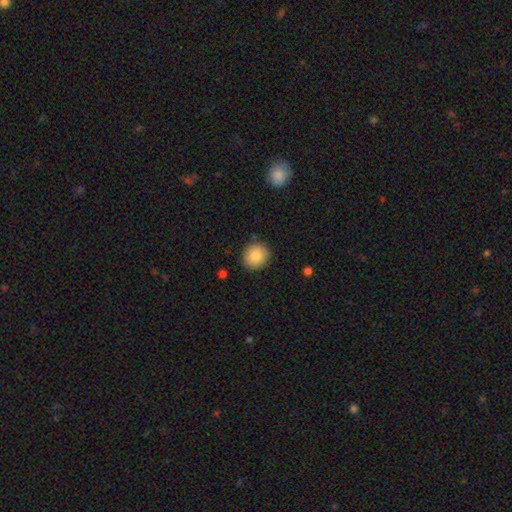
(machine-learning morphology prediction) Q: Smooth or featured?
A: smooth (86%); runner-up: star or artifact (8%)
Q: How rounded?
A: round (86%); runner-up: in between (14%)
Q: Merging?
A: none (88%); runner-up: minor disturbance (8%)